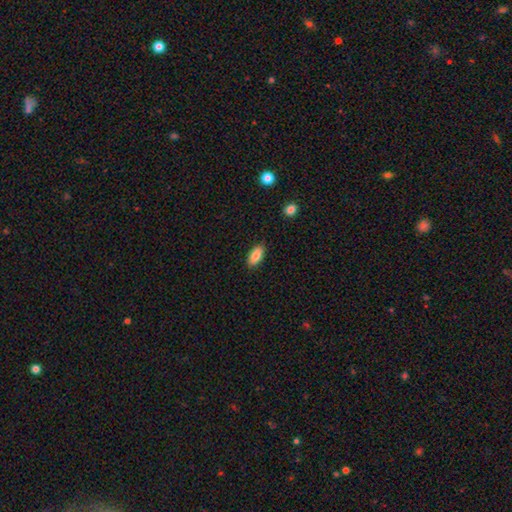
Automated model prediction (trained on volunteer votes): A smooth galaxy with no disk features (84%) that is in between round and cigar-shaped (83%). Merging: none (87%).